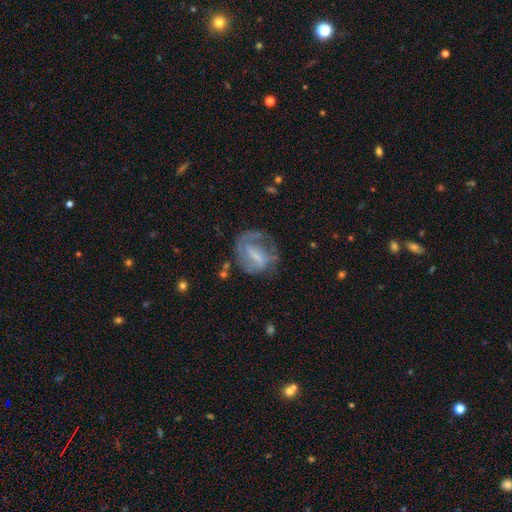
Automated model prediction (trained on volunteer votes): This appears to be a featured or disk galaxy (65%) with a weak bar (45%), spiral arms (71%) and a small central bulge (41%). Merging: none (49%).